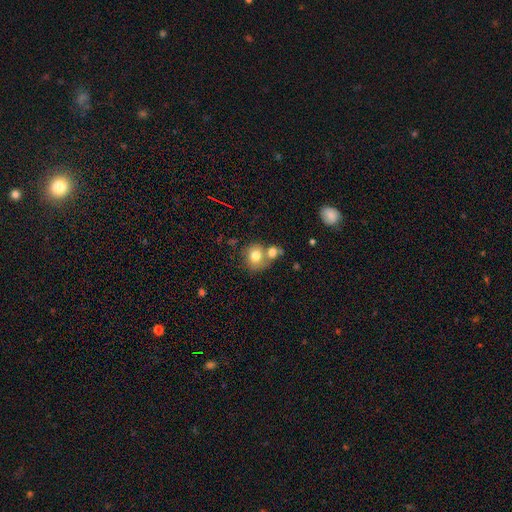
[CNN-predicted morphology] Smooth or featured? Predicted: smooth (p=0.77). How rounded? Predicted: round (p=0.77). Merging? Predicted: none (p=0.43).